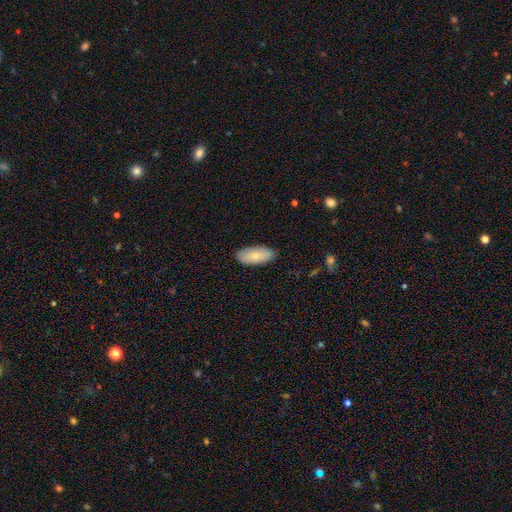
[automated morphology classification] A smooth galaxy with no disk features (76%) that is in between round and cigar-shaped (90%).

Vote fractions:
- Smooth or featured? smooth: 76% / featured or disk: 19% / star or artifact: 6%
- How rounded? in between: 90% / cigar-shaped: 8% / round: 2%
- Merging? none: 86% / minor disturbance: 11% / major disturbance: 2% / merger: 1%